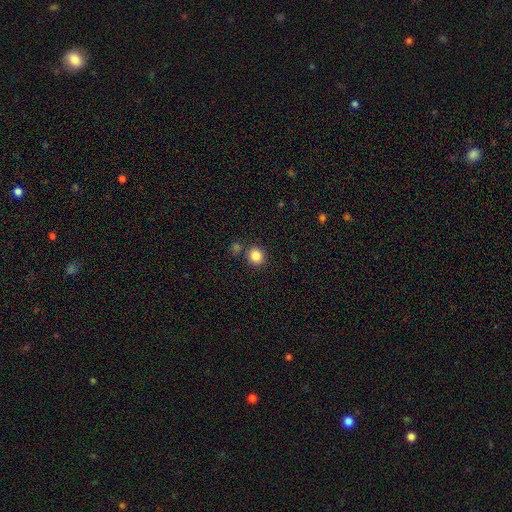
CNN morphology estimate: A smooth galaxy with no disk features (85%) that is round (87%).

Vote fractions:
- Smooth or featured? smooth: 85% / star or artifact: 11% / featured or disk: 4%
- How rounded? round: 87% / in between: 12% / cigar-shaped: 1%
- Merging? none: 81% / merger: 9% / minor disturbance: 8% / major disturbance: 3%